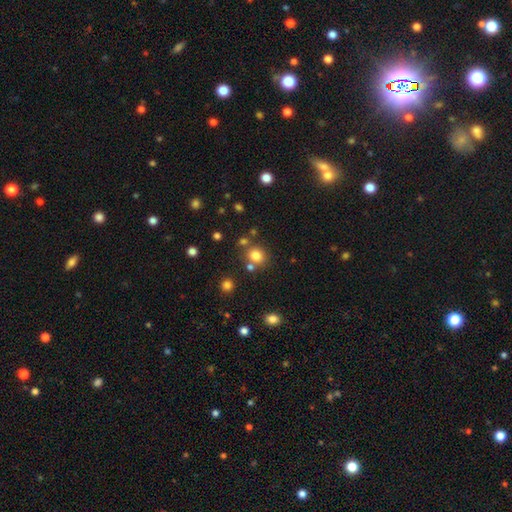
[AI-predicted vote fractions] Q: Smooth or featured?
A: smooth (79%); runner-up: star or artifact (14%)
Q: How rounded?
A: round (75%); runner-up: in between (24%)
Q: Merging?
A: none (70%); runner-up: merger (15%)